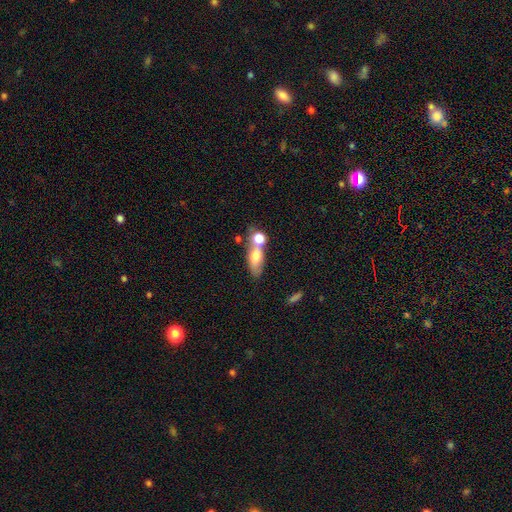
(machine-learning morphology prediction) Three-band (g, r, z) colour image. It shows a smooth galaxy with no disk features (64%) that is in between round and cigar-shaped (64%). Merging: merger (46%).